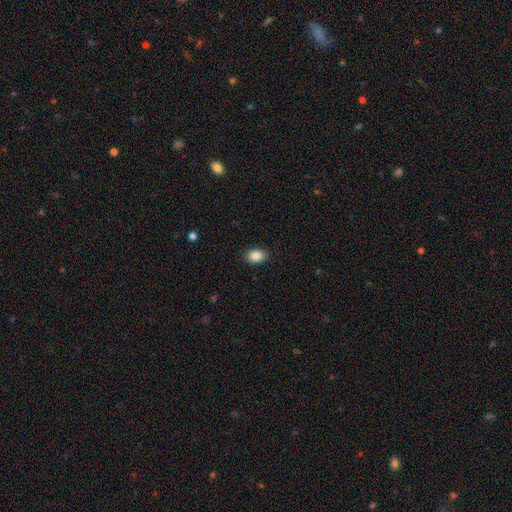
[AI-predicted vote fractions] smooth_or_featured: smooth (p=0.88) [alt: star or artifact p=0.08]
how_rounded: in between (p=0.77) [alt: round p=0.22]
merging: none (p=0.90) [alt: minor disturbance p=0.07]